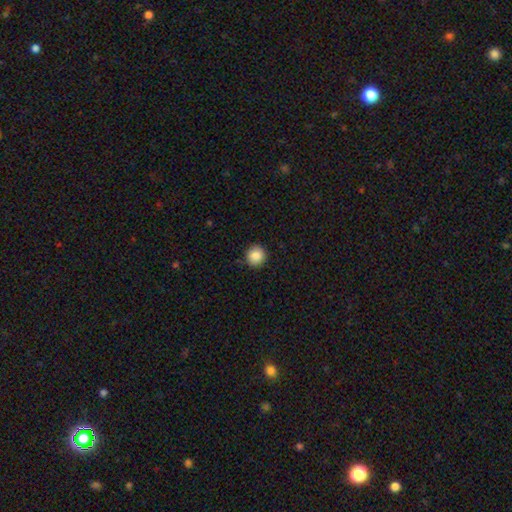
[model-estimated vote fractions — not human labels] Morphology: type=smooth (87%); roundness=round (92%); merging=none (89%).